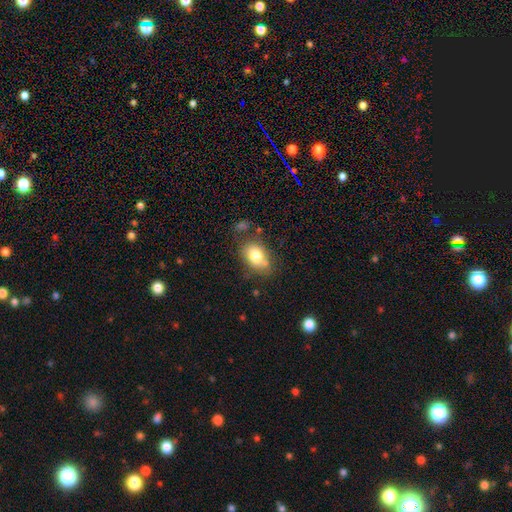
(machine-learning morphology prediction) This is likely a smooth galaxy (79%). How rounded: likely in between (77%). Merging: likely none (62%).